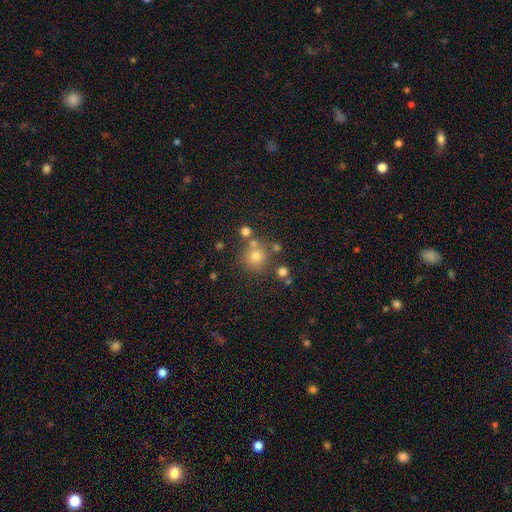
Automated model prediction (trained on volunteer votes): This appears to be a smooth galaxy with no disk features (67%) that is round (91%). Merging: none (71%).